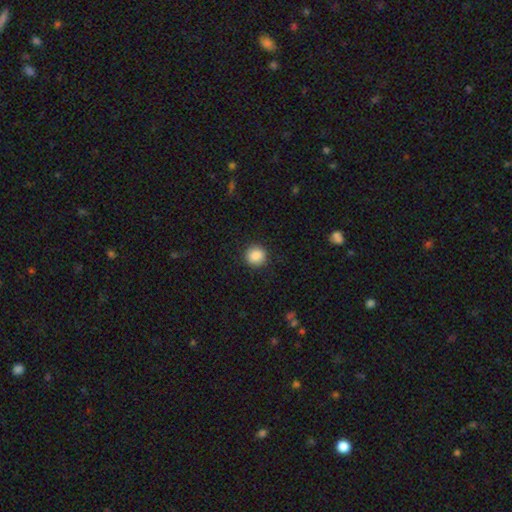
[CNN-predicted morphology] type=smooth (88%); roundness=round (90%); merging=none (90%).